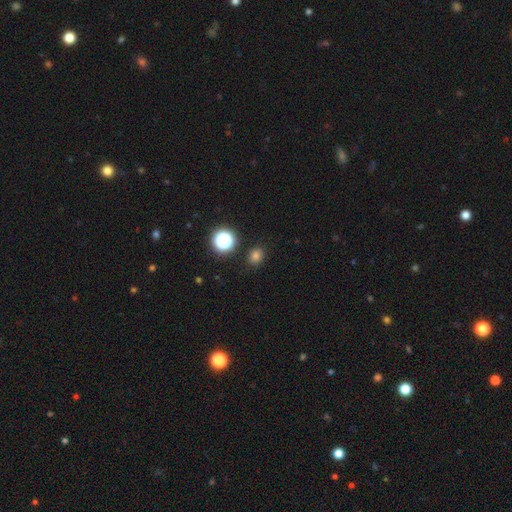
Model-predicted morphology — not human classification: This is likely a smooth galaxy (76%). How rounded: likely round (69%). Merging: clearly none (88%).